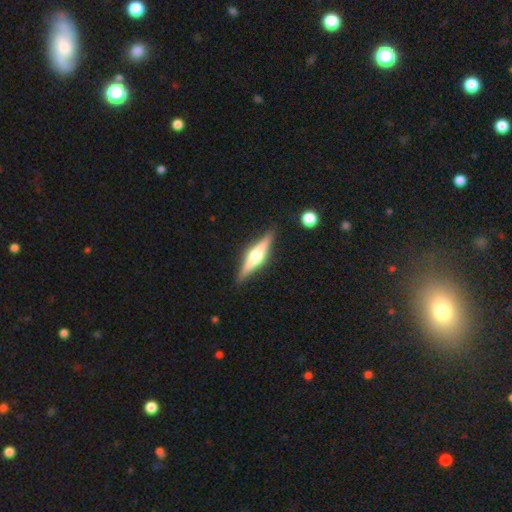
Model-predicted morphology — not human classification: type=featured or disk (72%); edge-on=yes (97%); edge-on bulge=rounded (91%); merging=none (89%).